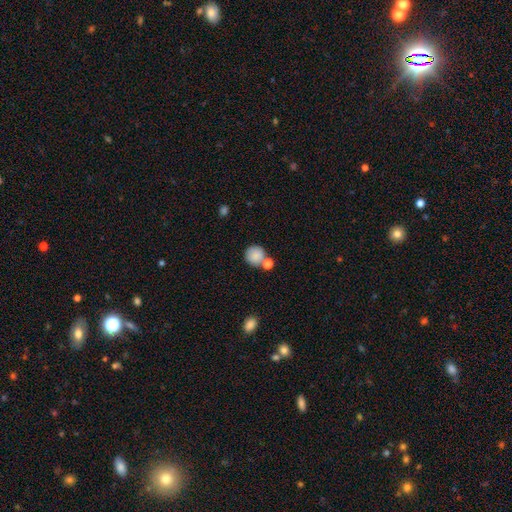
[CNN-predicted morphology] This appears to be a smooth galaxy with no disk features (85%) that is round (89%). Merging: none (60%).